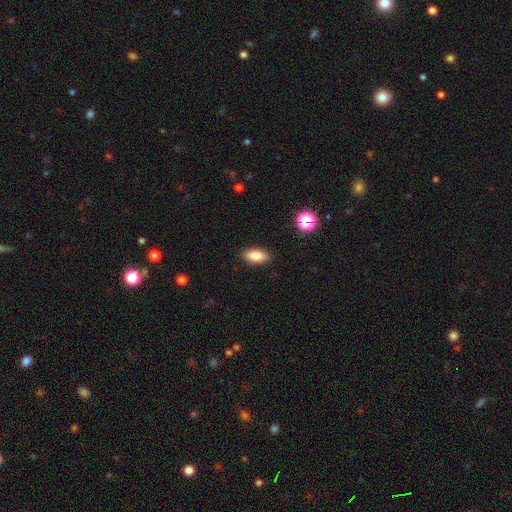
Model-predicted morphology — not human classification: The model was most divided on "smooth or featured": smooth: 82%, featured or disk: 9%, star or artifact: 9%. More confident: merging — none (89%); how rounded — in between (87%).